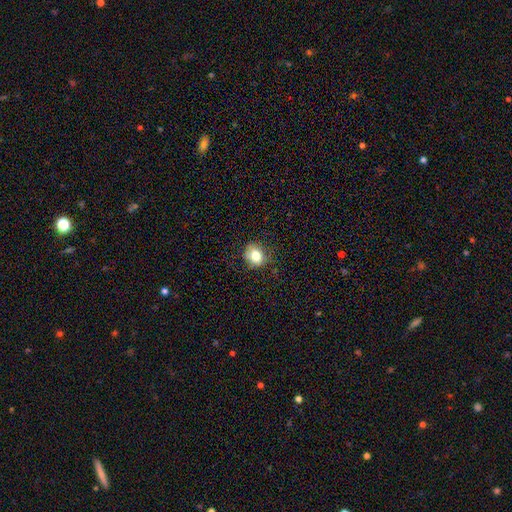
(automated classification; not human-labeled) The model was most divided on "how rounded": round: 68%, in between: 31%, cigar-shaped: 1%. More confident: smooth or featured — smooth (78%); merging — none (76%).